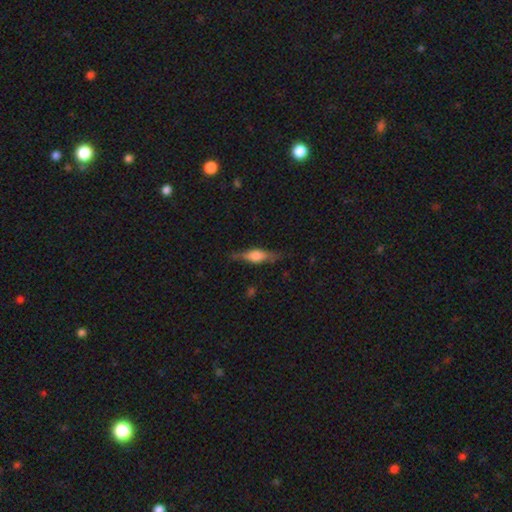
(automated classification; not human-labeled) The model was most divided on "smooth or featured": featured or disk: 49%, smooth: 44%, star or artifact: 7%. More confident: merging — none (76%).